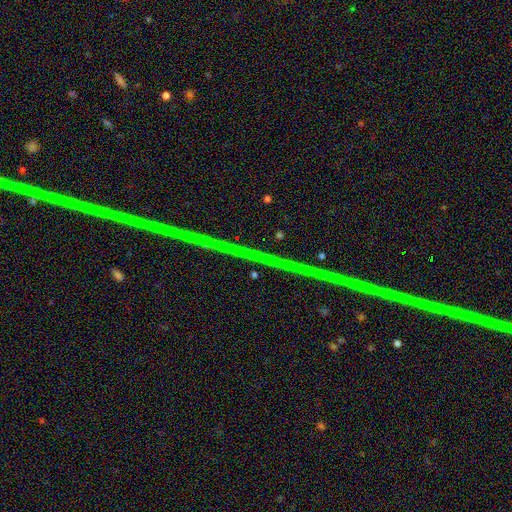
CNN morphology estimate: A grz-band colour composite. It shows a star or artifact, not a galaxy (76%).